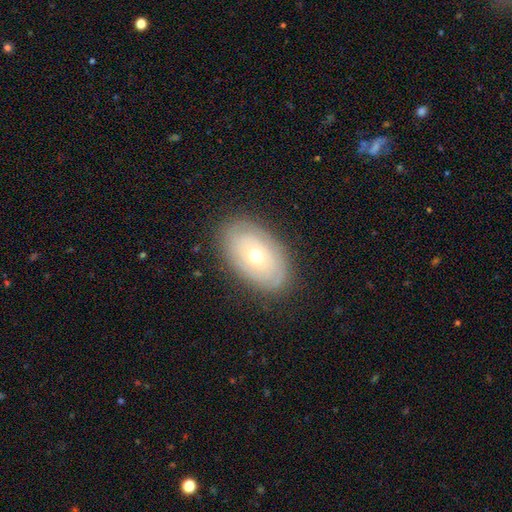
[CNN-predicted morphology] Smooth or featured? featured or disk (55%)
Edge-on disk? no (90%)
Merging? none (83%)